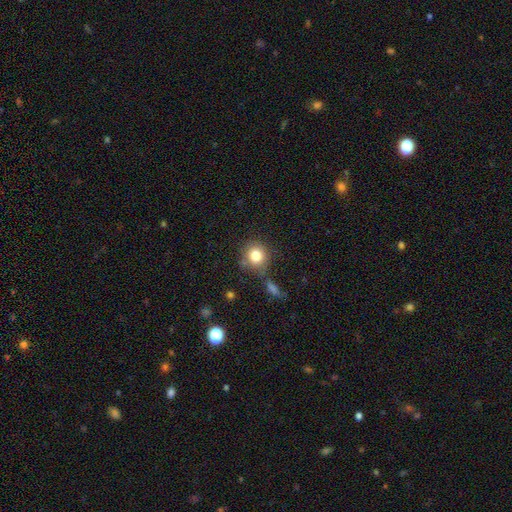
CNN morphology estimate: The model was most divided on "merging": none: 68%, minor disturbance: 16%, merger: 11%, major disturbance: 6%. More confident: how rounded — round (85%); smooth or featured — smooth (81%).